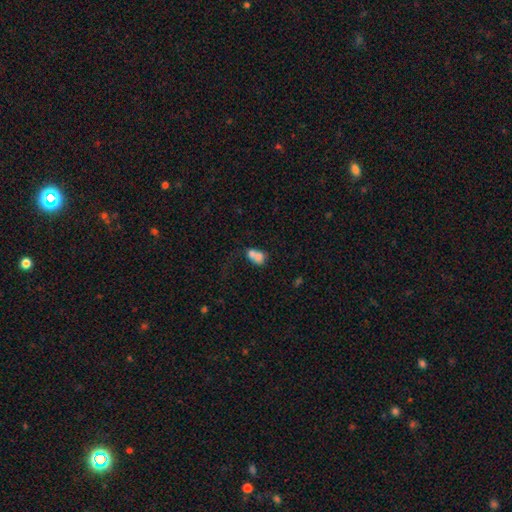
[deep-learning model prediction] Smooth or featured? Predicted: smooth (p=0.69). How rounded? Predicted: in between (p=0.50). Merging? Predicted: merger (p=0.67).